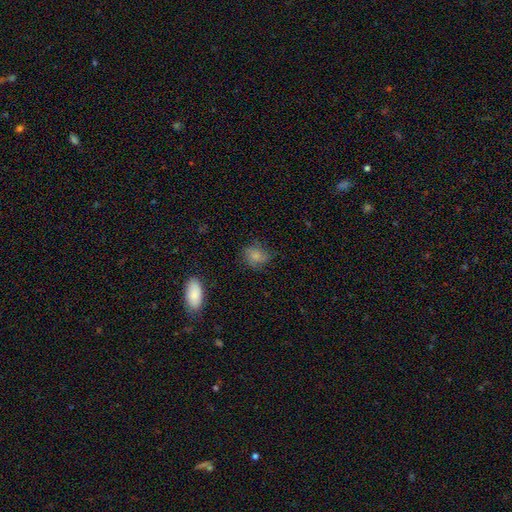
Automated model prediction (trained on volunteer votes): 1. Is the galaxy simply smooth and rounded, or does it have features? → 76% smooth, 13% featured or disk, 11% star or artifact.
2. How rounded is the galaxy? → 68% round, 31% in between, 1% cigar-shaped.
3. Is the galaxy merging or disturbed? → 69% none, 22% minor disturbance, 7% major disturbance, 2% merger.